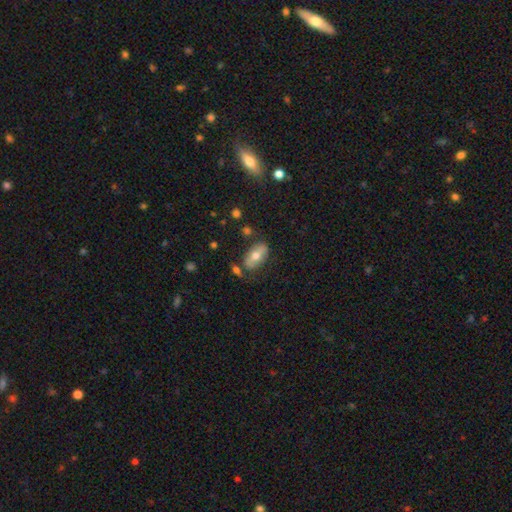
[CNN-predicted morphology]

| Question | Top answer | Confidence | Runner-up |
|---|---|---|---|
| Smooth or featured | smooth | 59% | featured or disk (33%) |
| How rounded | in between | 89% | cigar-shaped (6%) |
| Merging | none | 70% | minor disturbance (18%) |